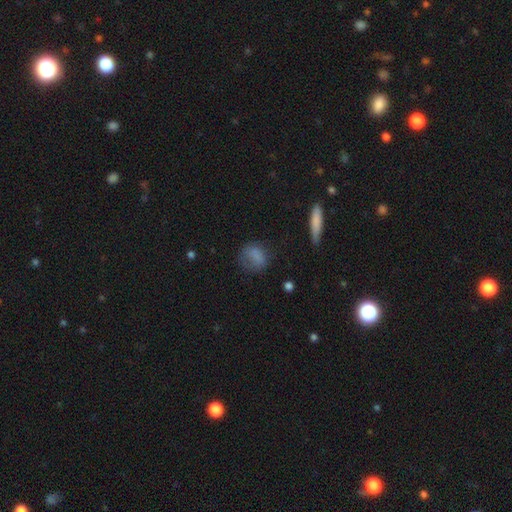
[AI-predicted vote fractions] A smooth galaxy with no disk features (77%) that is round (57%). Merging: none (56%).